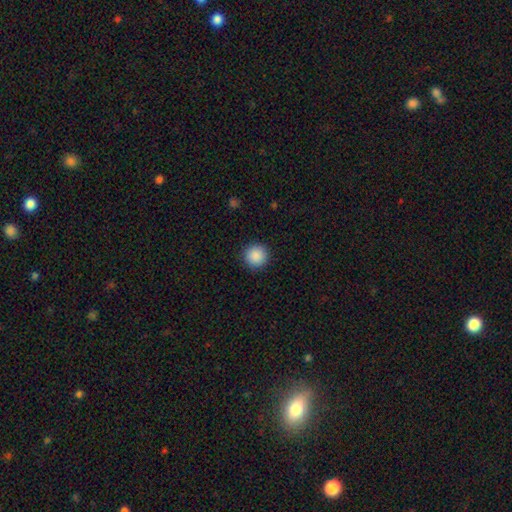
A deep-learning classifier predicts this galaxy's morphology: Overall: smooth (89%). How rounded: round (95%). Merging: none (92%).